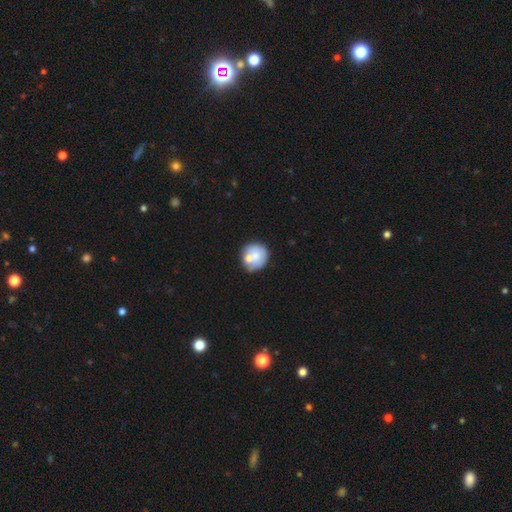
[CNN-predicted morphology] Smooth or featured? smooth (67%)
How rounded? round (90%)
Merging? none (61%)